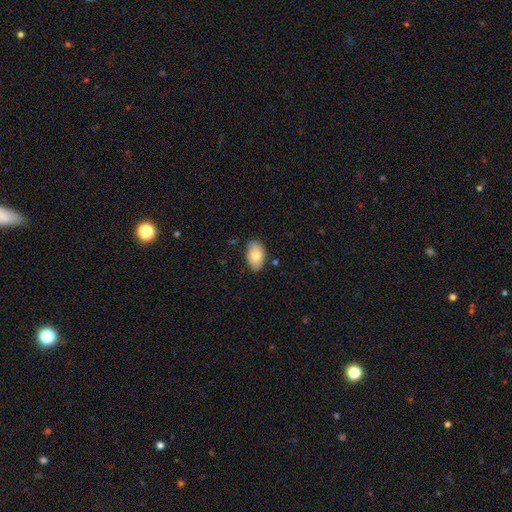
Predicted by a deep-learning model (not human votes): Overall: smooth (80%). How rounded: in between (93%). Merging: none (79%).